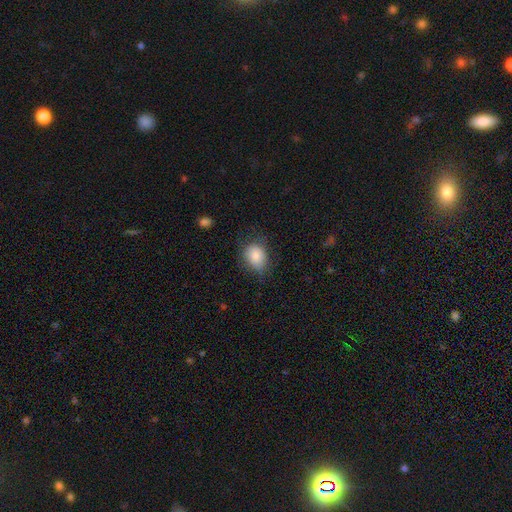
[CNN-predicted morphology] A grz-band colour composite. It shows a smooth galaxy with no disk features (84%) that is in between round and cigar-shaped (52%). Merging: none (68%).